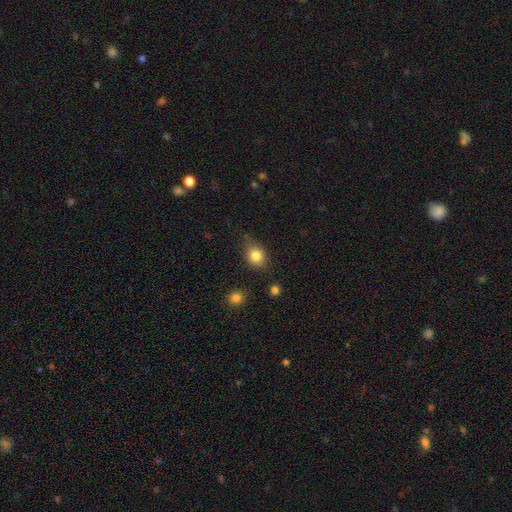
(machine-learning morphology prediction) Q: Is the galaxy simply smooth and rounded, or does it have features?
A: smooth — 82%.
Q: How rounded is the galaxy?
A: round — 62%.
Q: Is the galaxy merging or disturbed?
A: none — 67%.